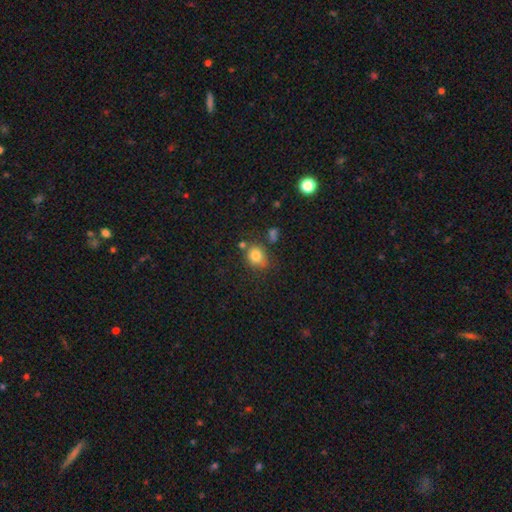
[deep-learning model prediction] This is clearly a smooth galaxy (81%). How rounded: likely round (64%). Merging: likely none (65%).